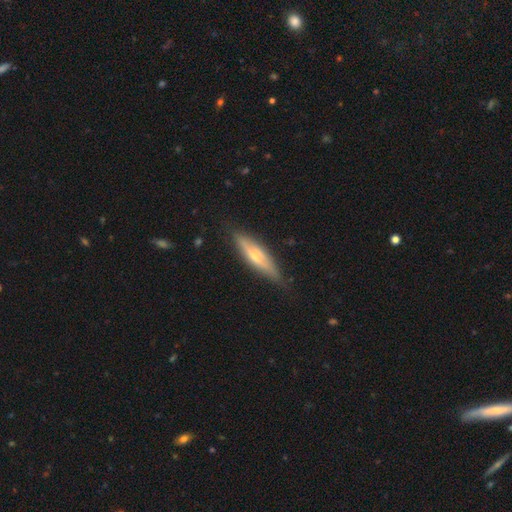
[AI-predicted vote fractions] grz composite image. It shows a featured or disk galaxy (54%) viewed edge-on (88%). Merging: none (82%).